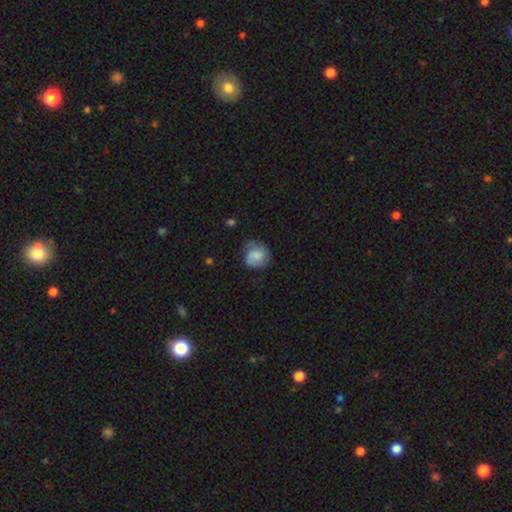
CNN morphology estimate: A smooth galaxy with no disk features (67%) that is round (74%). Merging: none (52%).